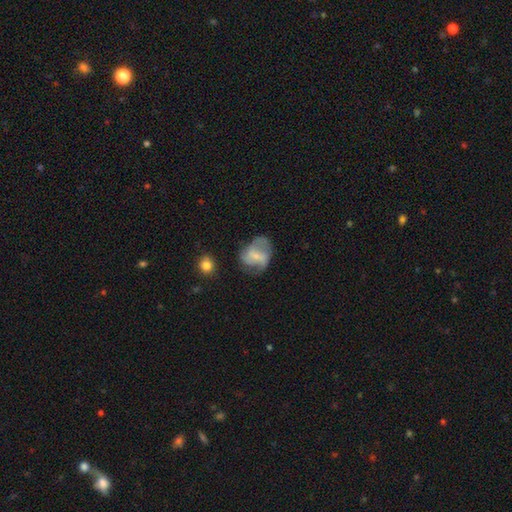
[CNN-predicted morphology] A featured or disk galaxy (52%) with a weak bar (44%), spiral arms (66%) and a small central bulge (50%). Merging: none (45%).